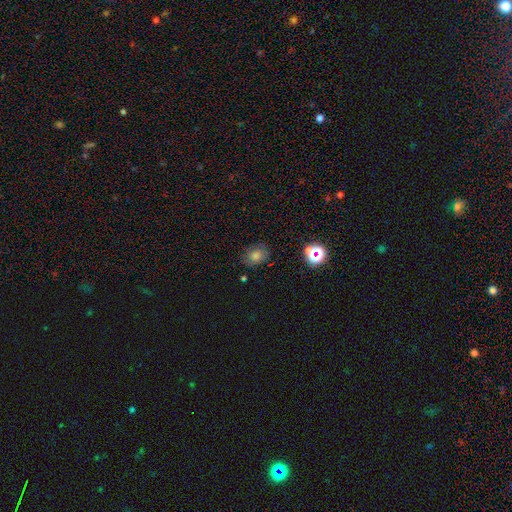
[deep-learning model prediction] Smooth or featured?
  - smooth: 67% *
  - star or artifact: 21%
  - featured or disk: 12%
How rounded?
  - in between: 56% *
  - round: 43%
  - cigar-shaped: 1%
Merging?
  - none: 79% *
  - minor disturbance: 15%
  - major disturbance: 4%
  - merger: 2%